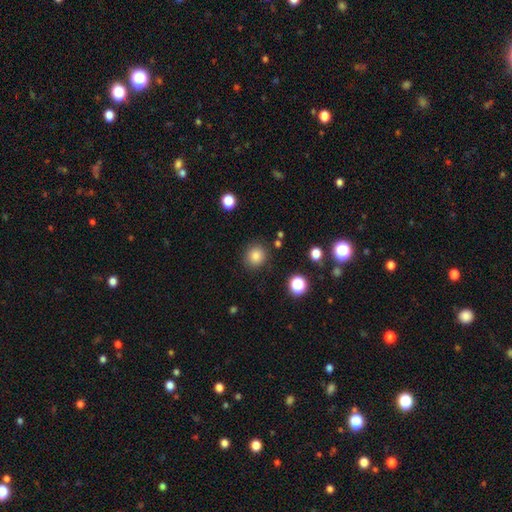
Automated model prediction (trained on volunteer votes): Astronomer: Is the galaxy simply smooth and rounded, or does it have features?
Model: smooth — 83%.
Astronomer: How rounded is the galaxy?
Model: round — 88%.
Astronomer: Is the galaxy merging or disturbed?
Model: none — 87%.